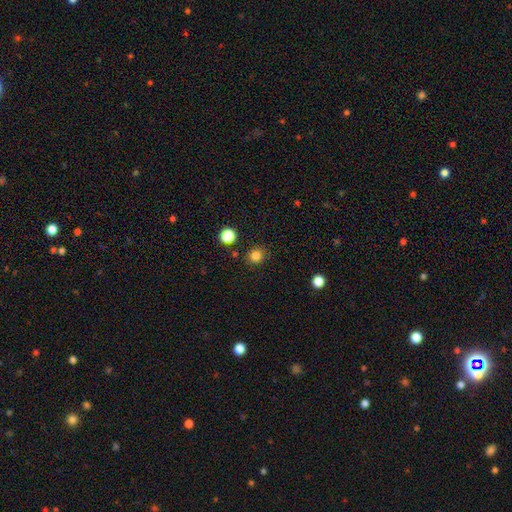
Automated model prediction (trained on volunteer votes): Smooth or featured?
  - smooth: 83% *
  - star or artifact: 13%
  - featured or disk: 4%
How rounded?
  - round: 88% *
  - in between: 11%
  - cigar-shaped: 1%
Merging?
  - none: 88% *
  - minor disturbance: 7%
  - major disturbance: 2%
  - merger: 2%